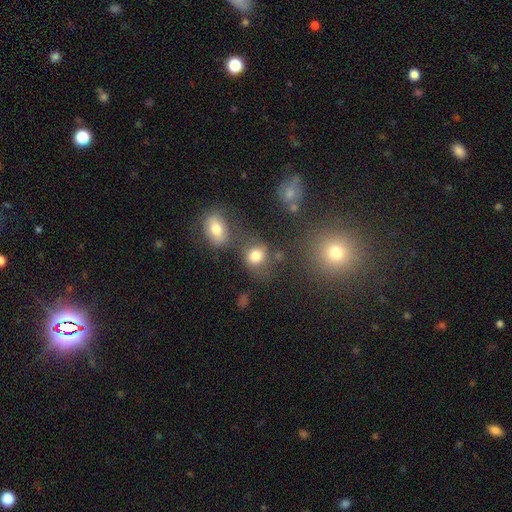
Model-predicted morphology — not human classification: smooth_or_featured: smooth (p=0.77) [alt: star or artifact p=0.14]
how_rounded: round (p=0.56) [alt: in between p=0.43]
merging: none (p=0.53) [alt: merger p=0.21]